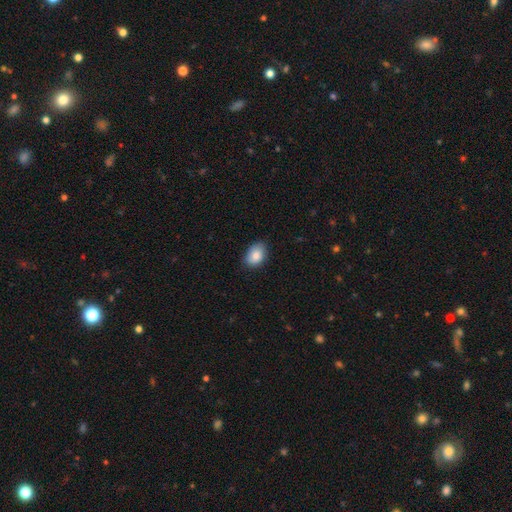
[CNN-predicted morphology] This appears to be a smooth galaxy with no disk features (86%) that is in between round and cigar-shaped (83%). Merging: none (78%).